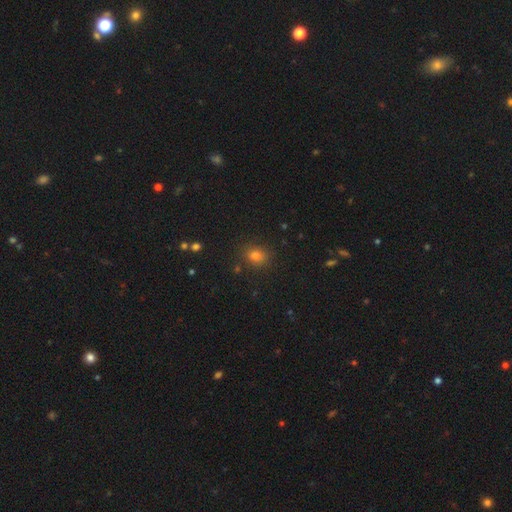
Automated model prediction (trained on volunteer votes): Overall: smooth (76%). How rounded: round (66%; in between 33%). Merging: none (84%).